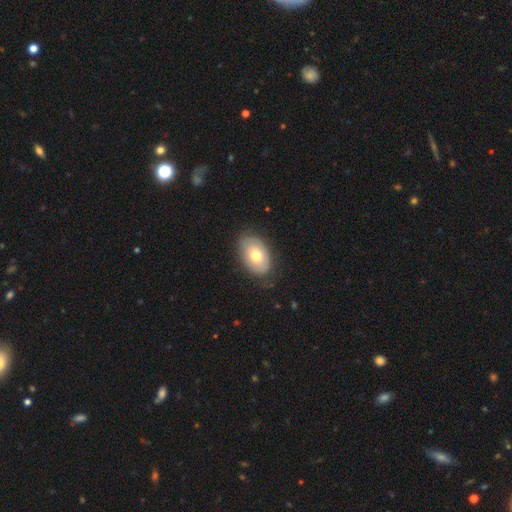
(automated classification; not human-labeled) Q: Smooth or featured?
A: smooth (67%); runner-up: featured or disk (26%)
Q: How rounded?
A: in between (89%); runner-up: round (10%)
Q: Merging?
A: none (77%); runner-up: minor disturbance (18%)